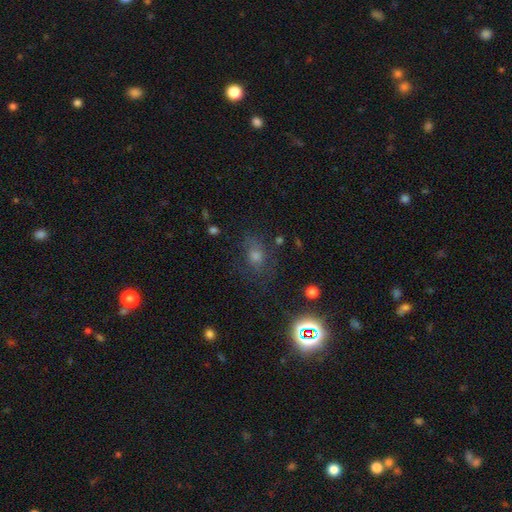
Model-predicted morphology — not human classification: This is possibly a smooth galaxy (46%). Merging: likely none (70%).